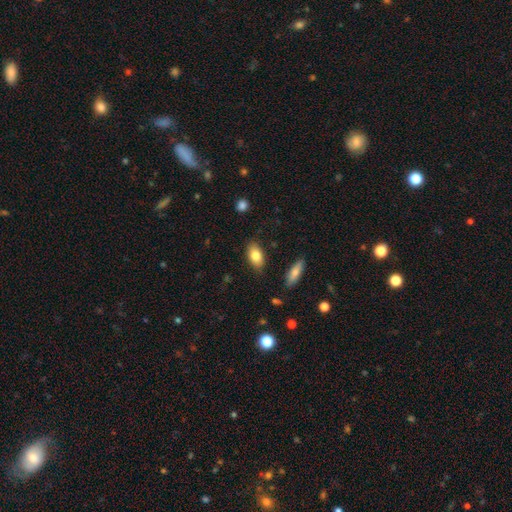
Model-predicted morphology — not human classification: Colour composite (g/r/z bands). It shows a smooth galaxy with no disk features (81%) that is in between round and cigar-shaped (90%). Merging: none (84%).